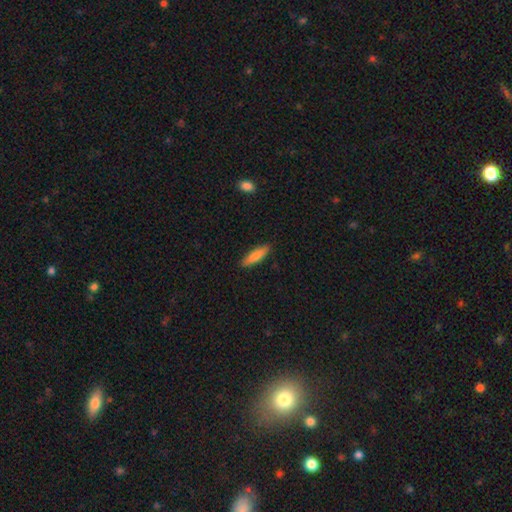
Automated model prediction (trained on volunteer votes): Smooth or featured? smooth (80%)
How rounded? cigar-shaped (64%)
Merging? none (89%)